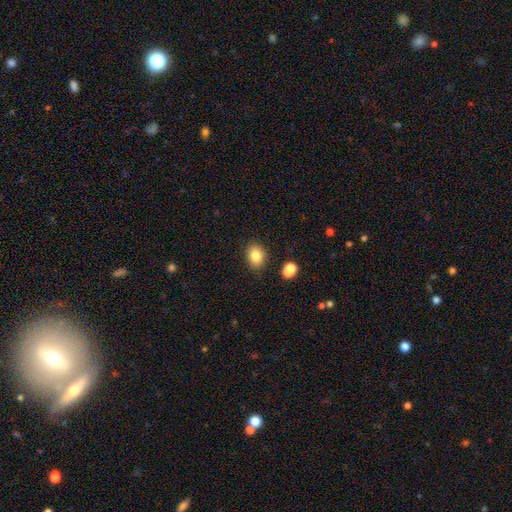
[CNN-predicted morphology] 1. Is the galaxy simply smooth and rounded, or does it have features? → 84% smooth, 10% star or artifact, 7% featured or disk.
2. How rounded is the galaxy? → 61% in between, 38% round, 1% cigar-shaped.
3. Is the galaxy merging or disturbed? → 83% none, 10% minor disturbance, 3% merger, 3% major disturbance.